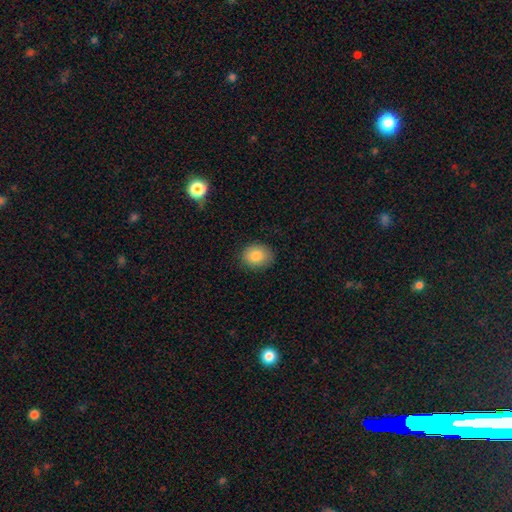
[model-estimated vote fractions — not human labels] Smooth or featured: smooth — 85% (star or artifact — 8%)
How rounded: round — 56% (in between — 44%)
Merging: none — 85% (minor disturbance — 12%)